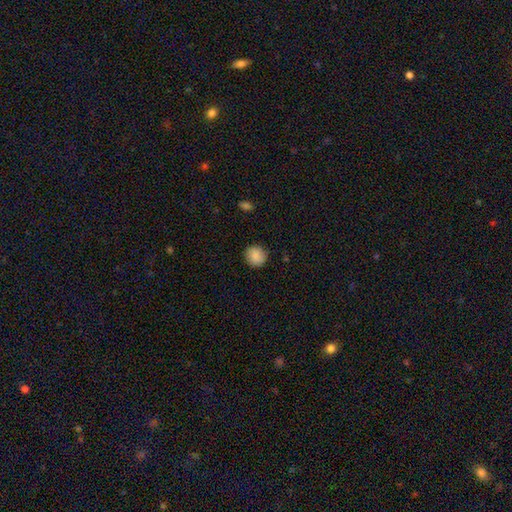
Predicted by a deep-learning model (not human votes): The model was most divided on "merging": none: 87%, minor disturbance: 9%, major disturbance: 2%, merger: 1%. More confident: how rounded — round (89%); smooth or featured — smooth (87%).